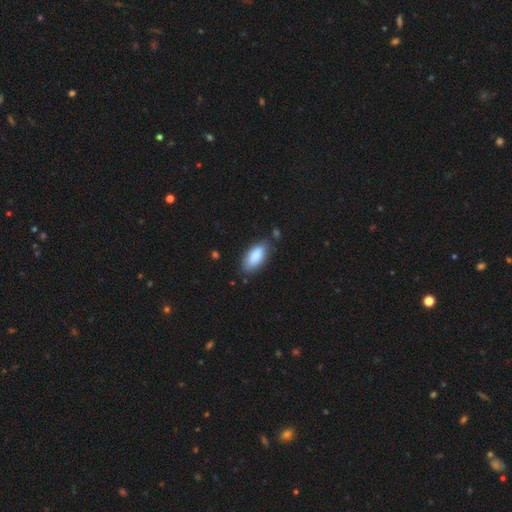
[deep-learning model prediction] Morphology: type=smooth (87%); roundness=in between (86%); merging=none (77%).